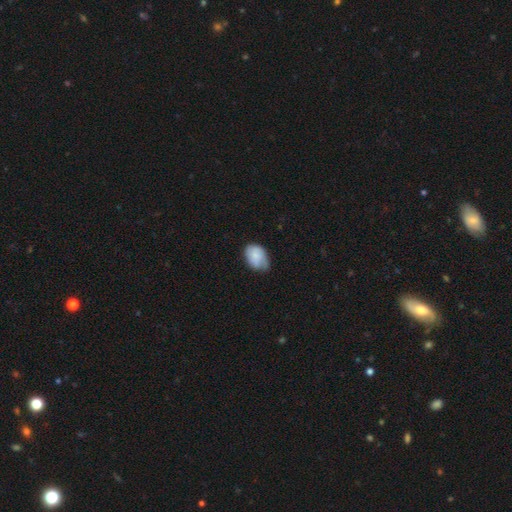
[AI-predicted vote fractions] The model was most divided on "merging": minor disturbance: 45%, none: 39%, major disturbance: 14%, merger: 2%. More confident: how rounded — in between (75%); smooth or featured — smooth (74%).